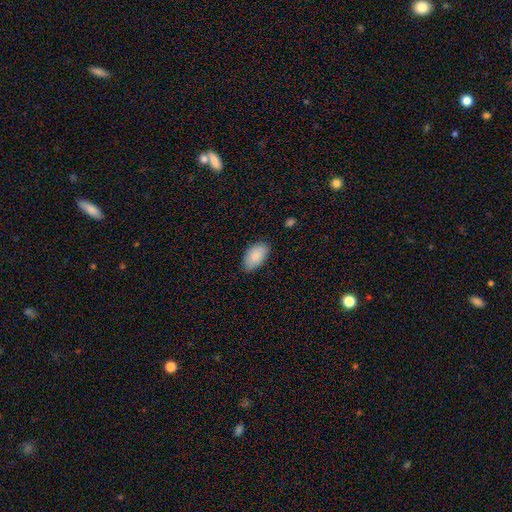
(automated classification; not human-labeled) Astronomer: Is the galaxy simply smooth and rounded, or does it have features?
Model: smooth — 88%.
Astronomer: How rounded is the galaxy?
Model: in between — 95%.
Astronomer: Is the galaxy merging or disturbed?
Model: none — 76%.